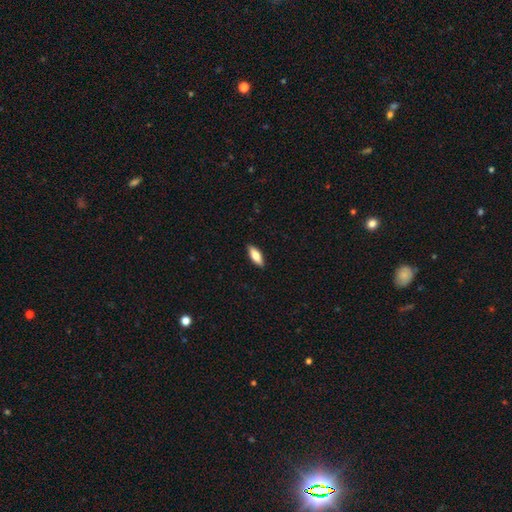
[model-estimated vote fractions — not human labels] Smooth or featured?
  - smooth: 72% *
  - featured or disk: 22%
  - star or artifact: 6%
How rounded?
  - in between: 66% *
  - cigar-shaped: 32%
  - round: 2%
Merging?
  - none: 89% *
  - minor disturbance: 8%
  - major disturbance: 2%
  - merger: 1%